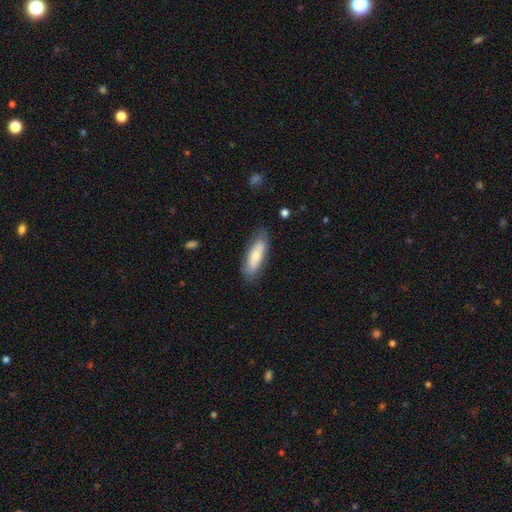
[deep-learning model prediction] Smooth or featured: smooth — 71% (featured or disk — 23%)
How rounded: in between — 57% (cigar-shaped — 41%)
Merging: none — 79% (minor disturbance — 16%)